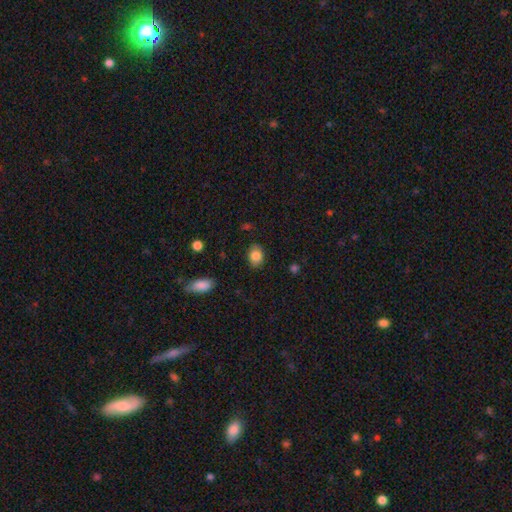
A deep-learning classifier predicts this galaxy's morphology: smooth-or-featured: smooth: 83% | featured or disk: 9% | star or artifact: 8%
  how-rounded: in between: 72% | round: 27% | cigar-shaped: 1%
  merging: none: 84% | minor disturbance: 12% | major disturbance: 3% | merger: 1%